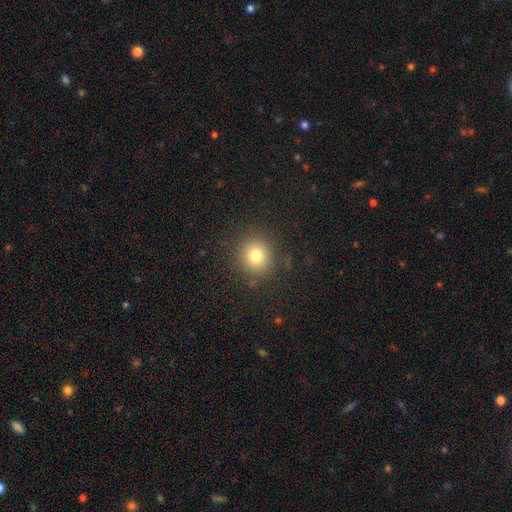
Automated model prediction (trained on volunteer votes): A smooth galaxy with no disk features (78%) that is round (90%).

Vote fractions:
- Smooth or featured? smooth: 78% / star or artifact: 14% / featured or disk: 8%
- How rounded? round: 90% / in between: 9% / cigar-shaped: 1%
- Merging? none: 87% / minor disturbance: 8% / major disturbance: 4% / merger: 1%